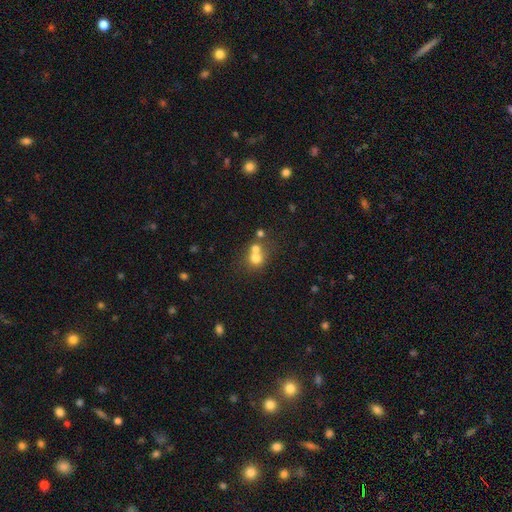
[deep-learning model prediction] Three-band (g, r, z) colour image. It shows a smooth galaxy with no disk features (70%) that is round (81%). Merging: merger (55%).